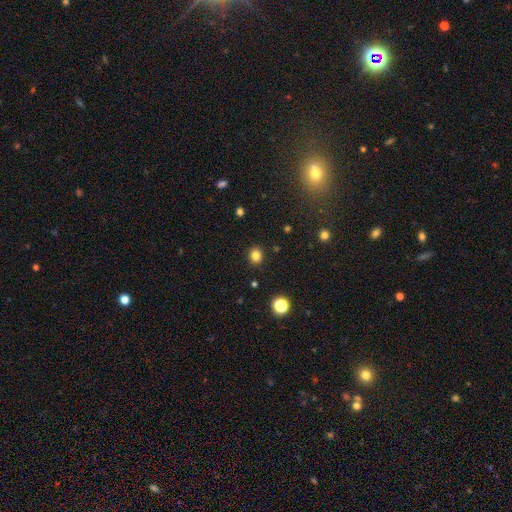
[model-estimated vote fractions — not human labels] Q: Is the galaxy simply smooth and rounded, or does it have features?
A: smooth — 82%.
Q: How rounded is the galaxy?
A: round — 78%.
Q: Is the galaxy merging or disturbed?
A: none — 90%.